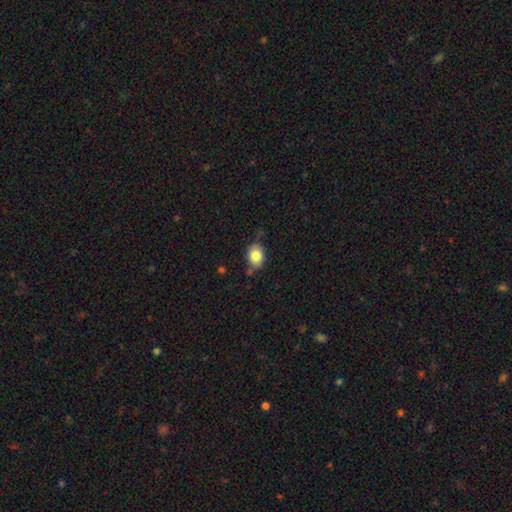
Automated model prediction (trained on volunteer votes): Smooth or featured? smooth (82%)
How rounded? in between (63%)
Merging? none (74%)